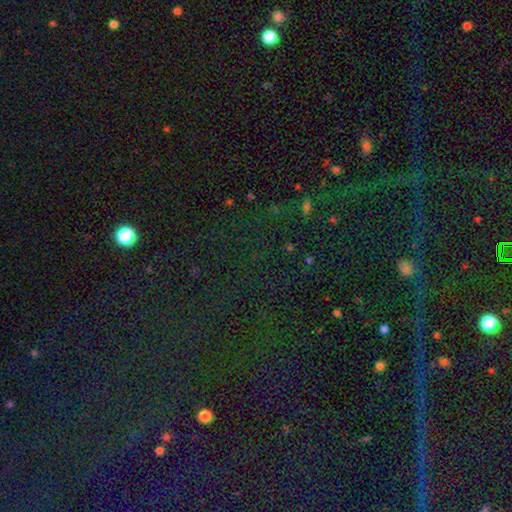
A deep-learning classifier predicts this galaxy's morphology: Smooth or featured? Predicted: star or artifact (p=0.83).